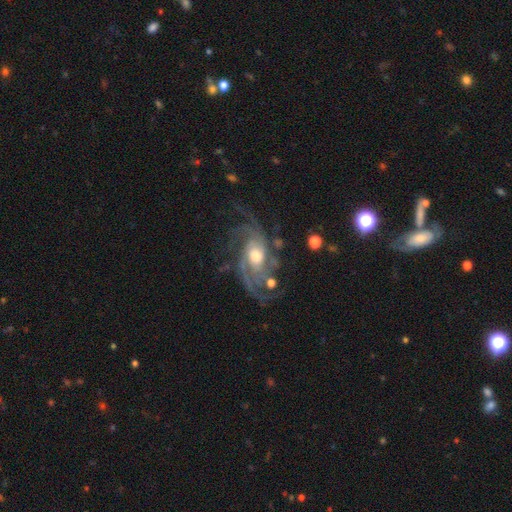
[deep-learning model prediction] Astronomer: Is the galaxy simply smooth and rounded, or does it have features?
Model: featured or disk — 89%.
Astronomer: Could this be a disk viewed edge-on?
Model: no — 97%.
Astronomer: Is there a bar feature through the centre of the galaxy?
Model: no — 67%.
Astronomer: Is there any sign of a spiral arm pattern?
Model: yes — 97%.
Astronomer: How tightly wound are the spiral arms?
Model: medium — 46% (runner-up: tight, 33%).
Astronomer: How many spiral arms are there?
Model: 3 — 29% (runner-up: 2, 20%).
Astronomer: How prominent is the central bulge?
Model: moderate — 65%.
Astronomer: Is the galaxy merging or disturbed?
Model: none — 56%.